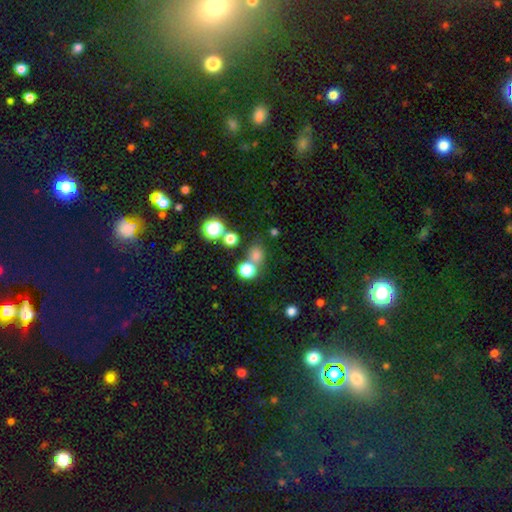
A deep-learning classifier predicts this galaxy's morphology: This appears to be a smooth galaxy with no disk features (76%) that is round (78%). Merging: none (56%).